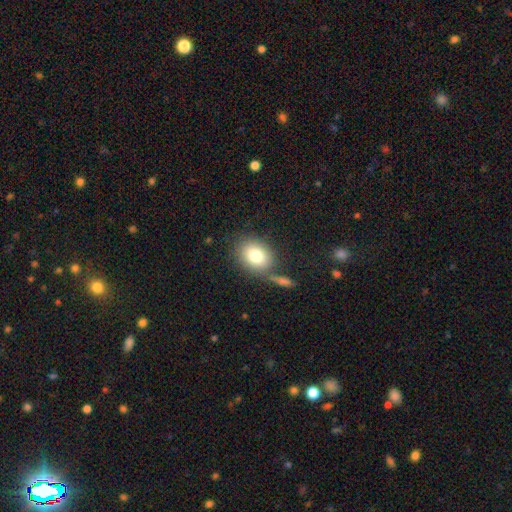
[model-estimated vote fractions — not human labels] Morphology: type=smooth (80%); roundness=in between (59%); merging=none (67%).